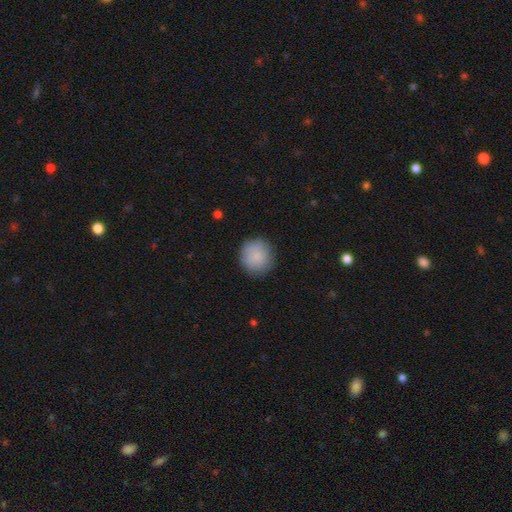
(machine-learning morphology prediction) The model was most divided on "merging": none: 87%, minor disturbance: 10%, major disturbance: 3%, merger: 1%. More confident: how rounded — round (92%); smooth or featured — smooth (87%).